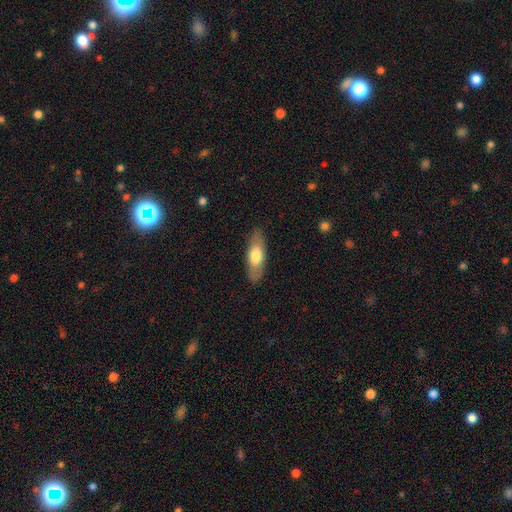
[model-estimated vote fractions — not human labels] Morphology: type=smooth (68%); roundness=in between (70%); merging=none (86%).